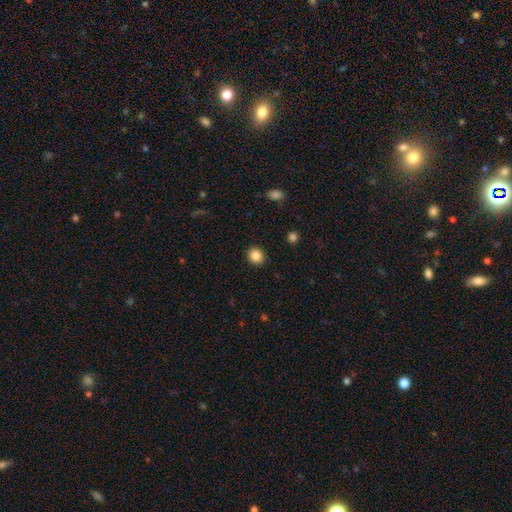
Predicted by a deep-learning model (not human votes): This appears to be a smooth galaxy with no disk features (85%) that is round (78%). Merging: none (91%).